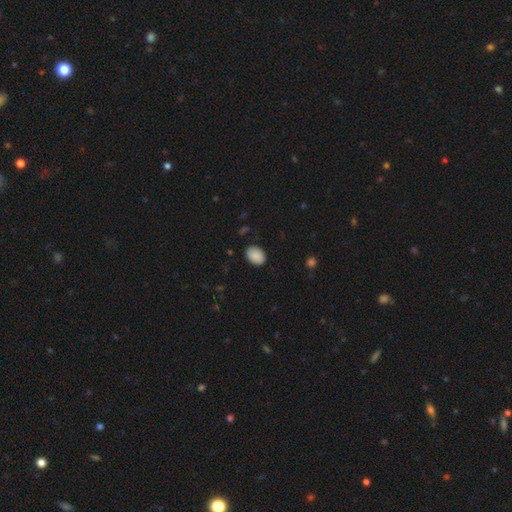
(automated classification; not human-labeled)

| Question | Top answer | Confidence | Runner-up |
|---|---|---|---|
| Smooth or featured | smooth | 90% | star or artifact (7%) |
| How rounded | in between | 76% | round (23%) |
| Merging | none | 85% | minor disturbance (12%) |